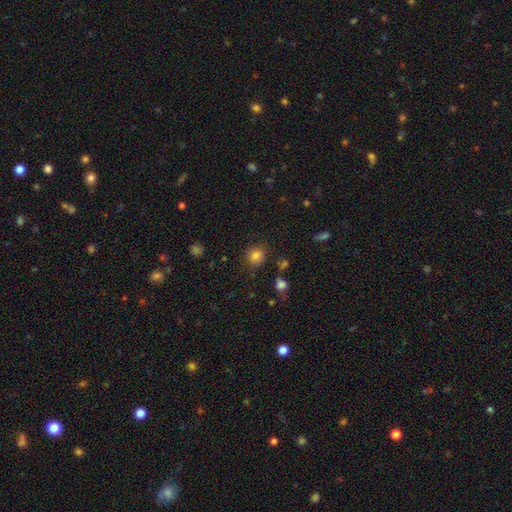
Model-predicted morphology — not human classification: Smooth or featured?
  - smooth: 82% *
  - star or artifact: 12%
  - featured or disk: 6%
How rounded?
  - round: 81% *
  - in between: 18%
  - cigar-shaped: 1%
Merging?
  - none: 80% *
  - minor disturbance: 13%
  - major disturbance: 4%
  - merger: 3%